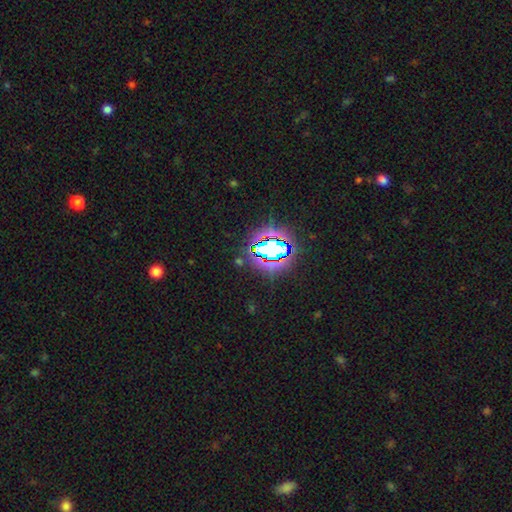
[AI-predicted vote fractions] The model was most divided on "smooth or featured": star or artifact: 80%, smooth: 12%, featured or disk: 8%.